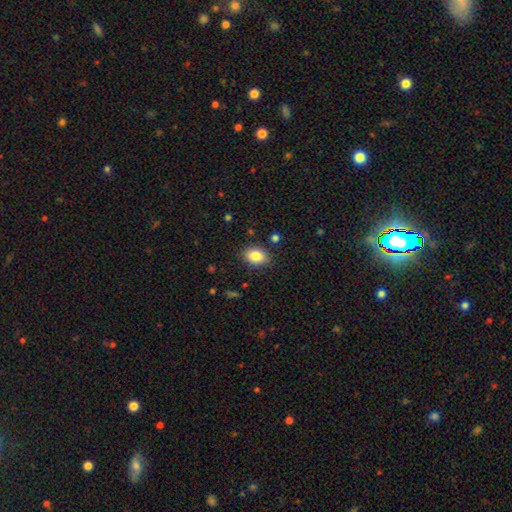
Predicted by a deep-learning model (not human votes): Smooth or featured? Predicted: smooth (p=0.84). How rounded? Predicted: in between (p=0.76). Merging? Predicted: none (p=0.86).